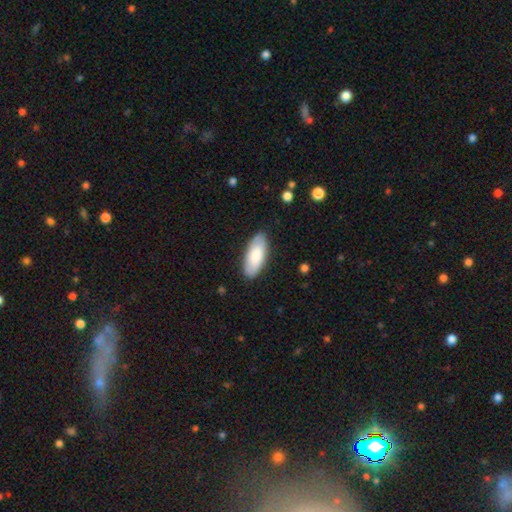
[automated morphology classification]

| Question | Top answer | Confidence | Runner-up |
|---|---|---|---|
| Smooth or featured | smooth | 81% | featured or disk (14%) |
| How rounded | in between | 83% | cigar-shaped (15%) |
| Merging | none | 86% | minor disturbance (11%) |